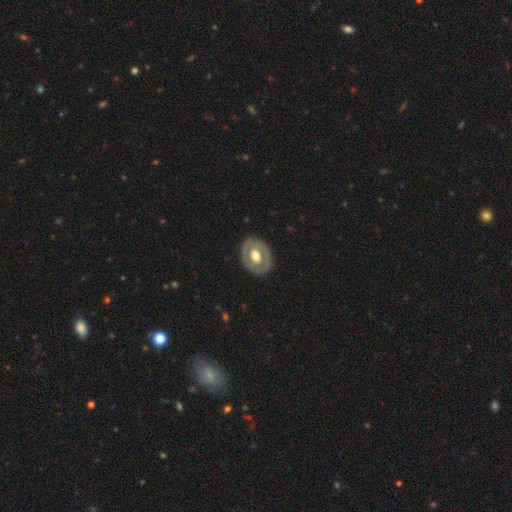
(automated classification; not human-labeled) Q: Smooth or featured?
A: featured or disk (58%); runner-up: smooth (37%)
Q: Edge-on disk?
A: no (93%); runner-up: yes (7%)
Q: Bar?
A: no (70%); runner-up: weak (21%)
Q: Spiral arms?
A: no (84%); runner-up: yes (16%)
Q: Bulge size?
A: moderate (55%); runner-up: large (38%)
Q: Merging?
A: none (83%); runner-up: minor disturbance (12%)